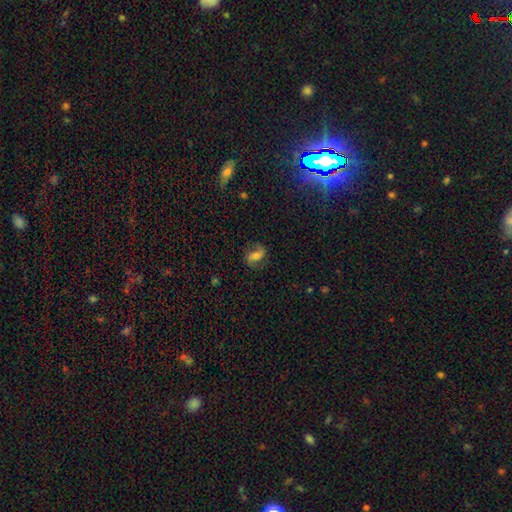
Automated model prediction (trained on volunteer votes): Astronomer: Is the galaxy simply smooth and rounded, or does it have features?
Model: featured or disk — 59%.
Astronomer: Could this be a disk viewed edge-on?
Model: no — 96%.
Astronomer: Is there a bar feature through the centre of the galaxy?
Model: weak — 39% (runner-up: strong, 32%).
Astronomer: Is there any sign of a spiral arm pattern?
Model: yes — 89%.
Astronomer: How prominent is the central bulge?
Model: moderate — 46% (runner-up: small, 23%).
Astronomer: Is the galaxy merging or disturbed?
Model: none — 76%.